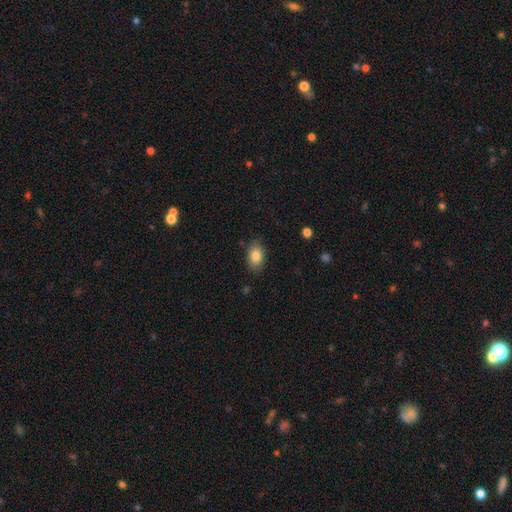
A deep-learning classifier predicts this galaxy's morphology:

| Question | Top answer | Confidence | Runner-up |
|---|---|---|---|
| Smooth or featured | smooth | 85% | star or artifact (8%) |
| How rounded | in between | 86% | round (13%) |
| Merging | none | 82% | minor disturbance (13%) |